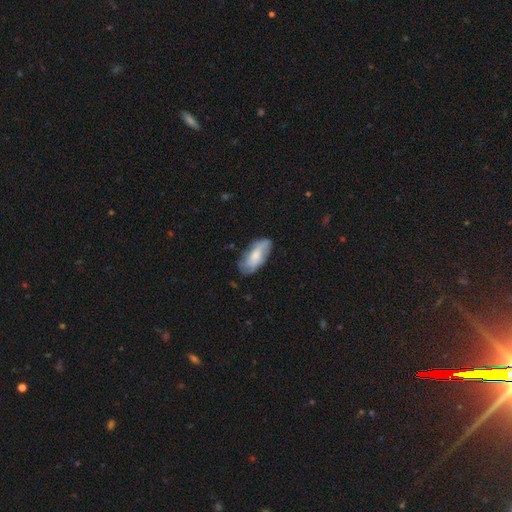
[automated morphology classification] type=smooth (53%); roundness=in between (87%); merging=none (65%).